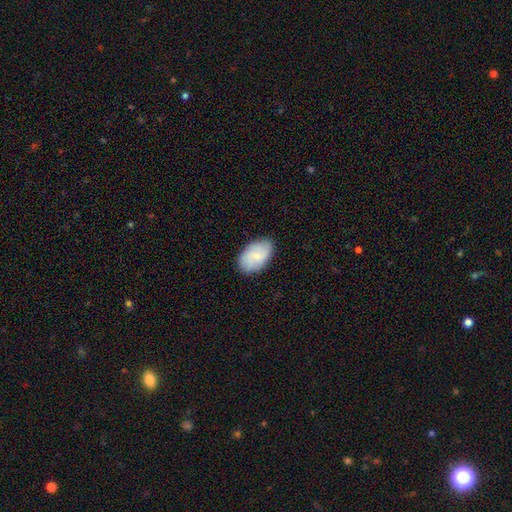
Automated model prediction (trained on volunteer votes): Smooth or featured? Predicted: smooth (p=0.68). How rounded? Predicted: in between (p=0.93). Merging? Predicted: none (p=0.83).